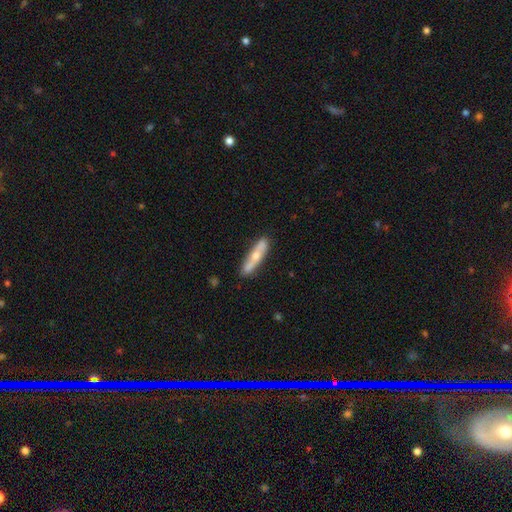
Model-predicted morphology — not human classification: A featured or disk galaxy (47%, tied with smooth). Merging: none (80%).